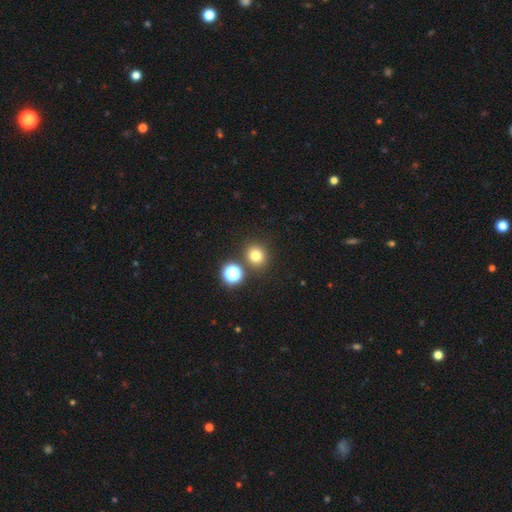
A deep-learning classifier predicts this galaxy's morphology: Smooth or featured? smooth (76%)
How rounded? round (84%)
Merging? none (81%)